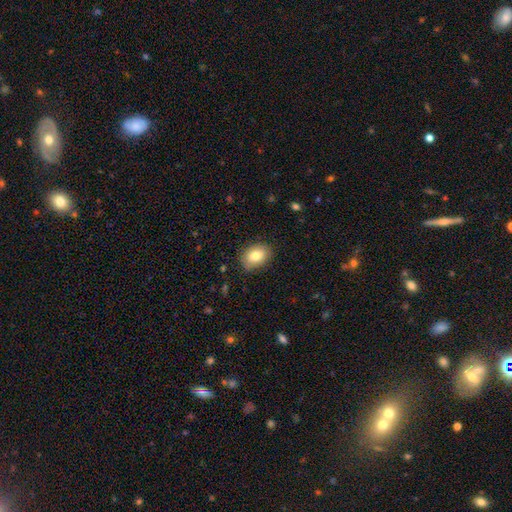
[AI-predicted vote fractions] Smooth or featured? Predicted: smooth (p=0.80). How rounded? Predicted: in between (p=0.74). Merging? Predicted: none (p=0.83).